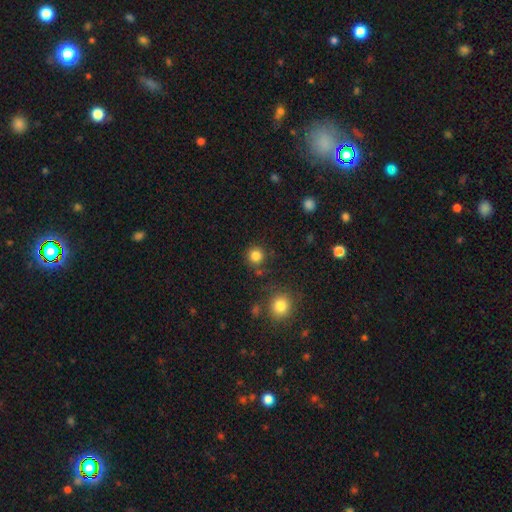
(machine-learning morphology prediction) Smooth or featured? Predicted: smooth (p=0.83). How rounded? Predicted: round (p=0.94). Merging? Predicted: none (p=0.83).